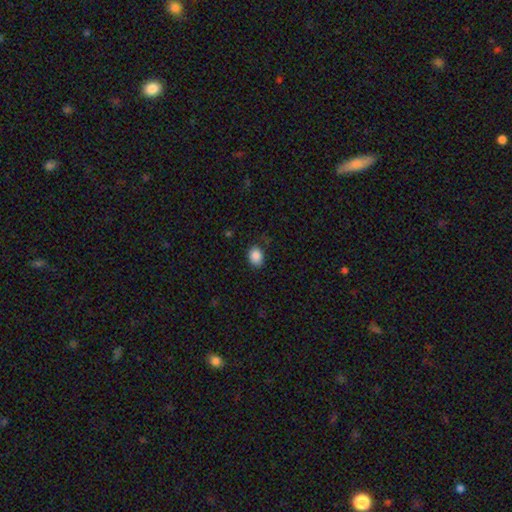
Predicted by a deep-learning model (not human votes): Morphology: type=smooth (88%); roundness=in between (59%); merging=none (80%).